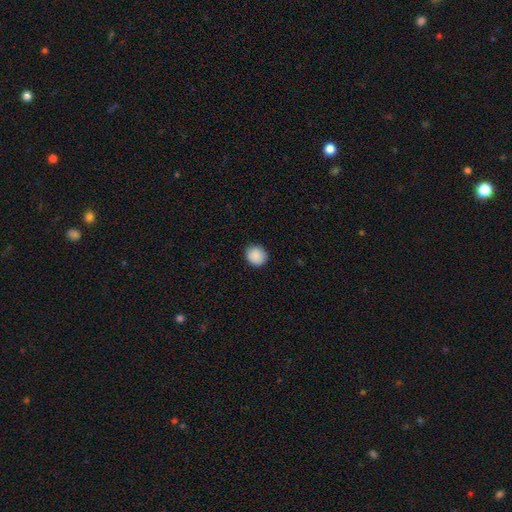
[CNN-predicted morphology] type=smooth (90%); roundness=round (78%); merging=none (89%).